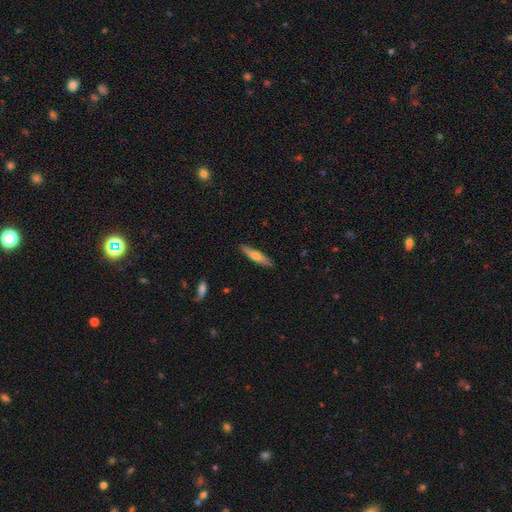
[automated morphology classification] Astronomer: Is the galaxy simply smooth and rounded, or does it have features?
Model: smooth — 56% (runner-up: featured or disk, 38%).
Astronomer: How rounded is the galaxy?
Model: cigar-shaped — 83%.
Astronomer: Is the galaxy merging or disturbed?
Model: none — 88%.